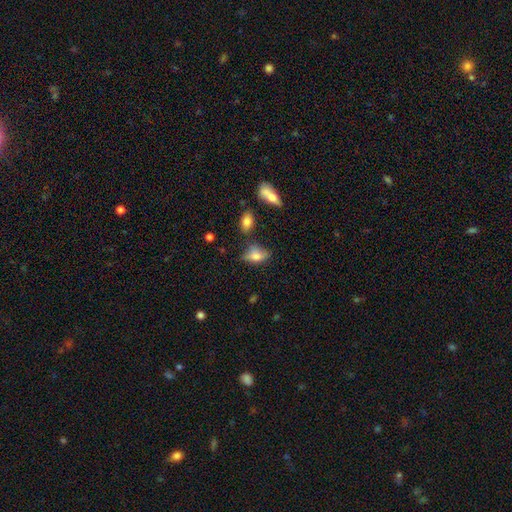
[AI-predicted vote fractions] This appears to be a smooth galaxy with no disk features (71%) that is in between round and cigar-shaped (83%). Merging: none (56%).